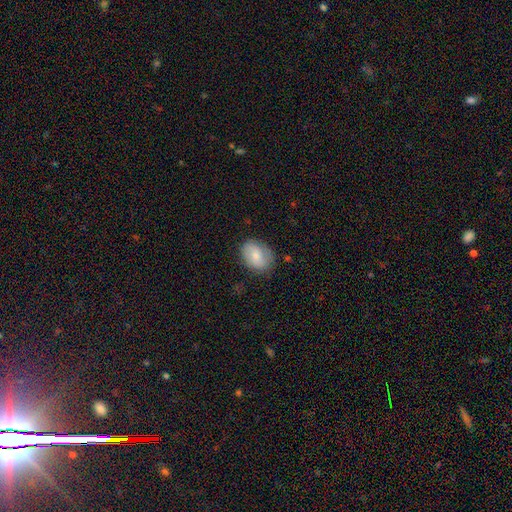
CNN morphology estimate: Smooth or featured?
  - smooth: 73% *
  - featured or disk: 20%
  - star or artifact: 7%
How rounded?
  - in between: 67% *
  - round: 32%
  - cigar-shaped: 1%
Merging?
  - none: 76% *
  - minor disturbance: 18%
  - major disturbance: 5%
  - merger: 1%